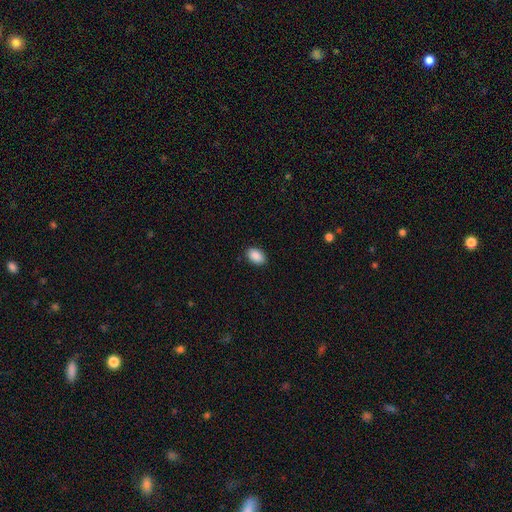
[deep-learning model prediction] Morphology: type=smooth (90%); roundness=in between (88%); merging=none (88%).